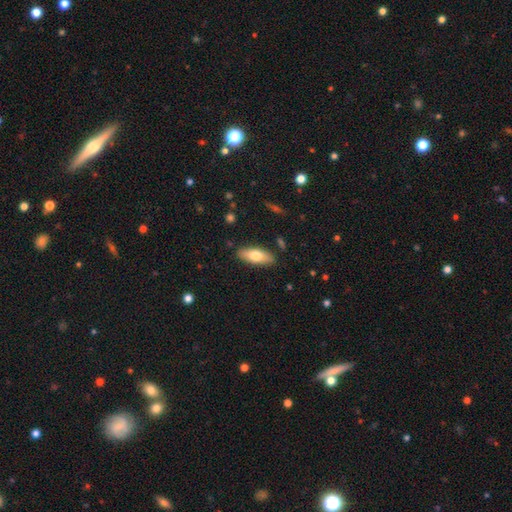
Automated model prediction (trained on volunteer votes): Overall: smooth (70%). How rounded: in between (73%). Merging: none (87%).